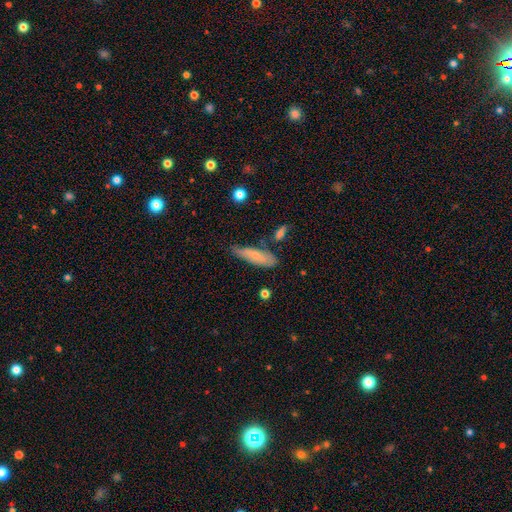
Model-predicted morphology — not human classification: type=smooth (71%); roundness=cigar-shaped (56%); merging=none (58%).